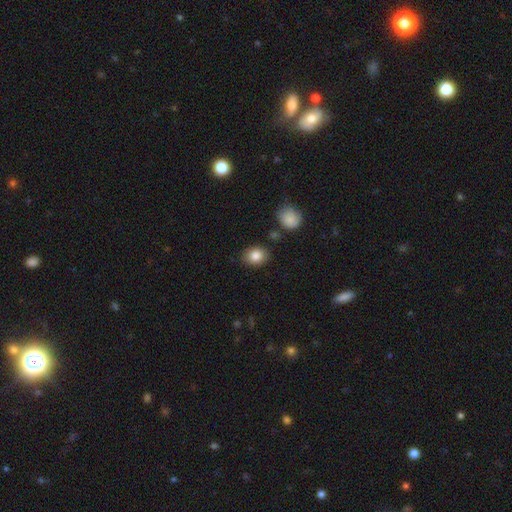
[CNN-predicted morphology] smooth 85%, star or artifact 8%, featured or disk 7%. Down the decision tree: how rounded — in between (55%); merging — none (84%).